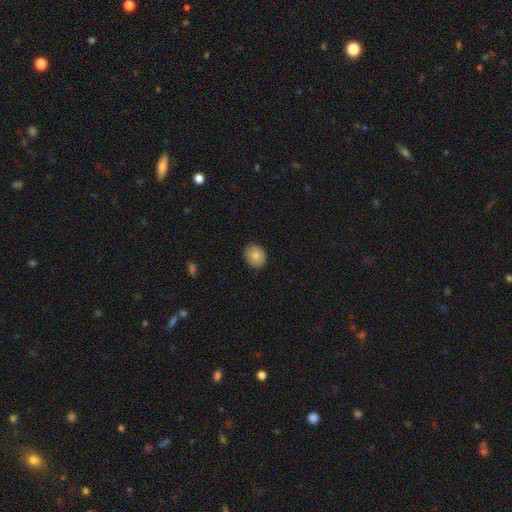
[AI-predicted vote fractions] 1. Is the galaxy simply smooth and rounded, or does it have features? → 85% smooth, 8% star or artifact, 7% featured or disk.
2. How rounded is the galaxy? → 69% round, 30% in between, 1% cigar-shaped.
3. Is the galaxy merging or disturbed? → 89% none, 8% minor disturbance, 2% major disturbance, 1% merger.